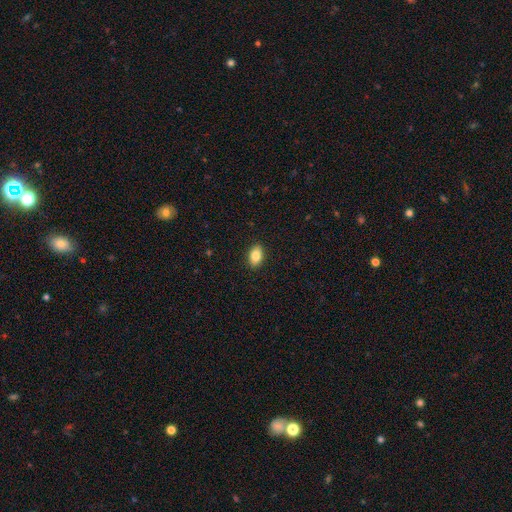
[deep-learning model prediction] Smooth or featured?
  - smooth: 84% *
  - featured or disk: 8%
  - star or artifact: 8%
How rounded?
  - in between: 89% *
  - round: 9%
  - cigar-shaped: 2%
Merging?
  - none: 90% *
  - minor disturbance: 7%
  - major disturbance: 2%
  - merger: 1%